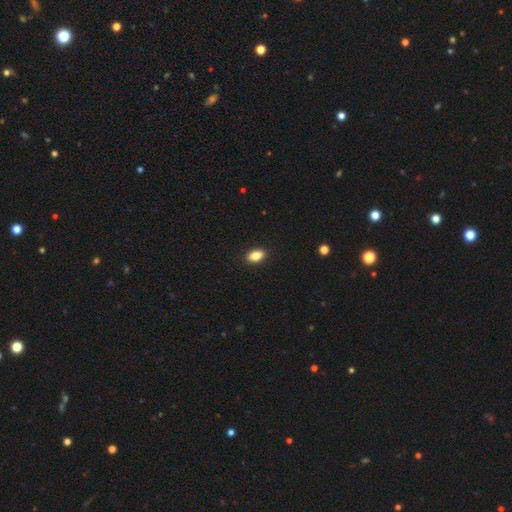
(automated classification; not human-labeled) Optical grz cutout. It shows a smooth galaxy with no disk features (84%) that is in between round and cigar-shaped (88%). Merging: none (91%).